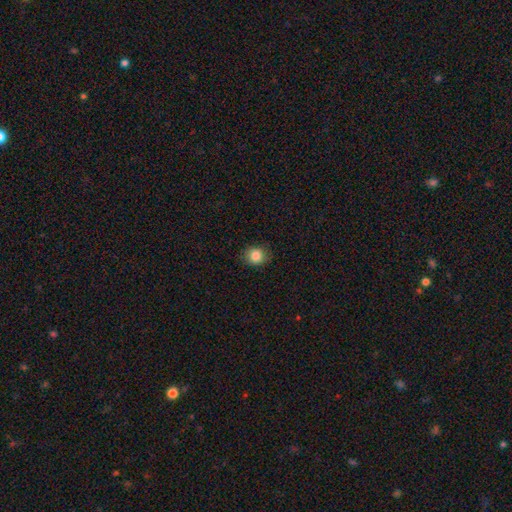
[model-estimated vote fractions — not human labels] Smooth or featured? smooth (84%)
How rounded? round (74%)
Merging? none (84%)